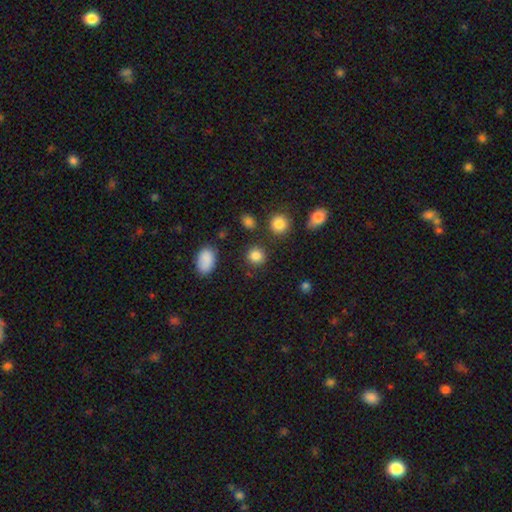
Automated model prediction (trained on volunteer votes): Smooth or featured? smooth (84%)
How rounded? round (85%)
Merging? none (86%)